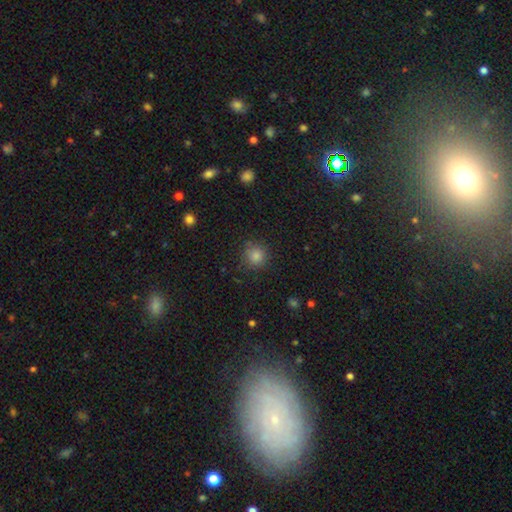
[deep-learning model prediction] Smooth or featured? Predicted: smooth (p=0.78). How rounded? Predicted: round (p=0.92). Merging? Predicted: none (p=0.84).